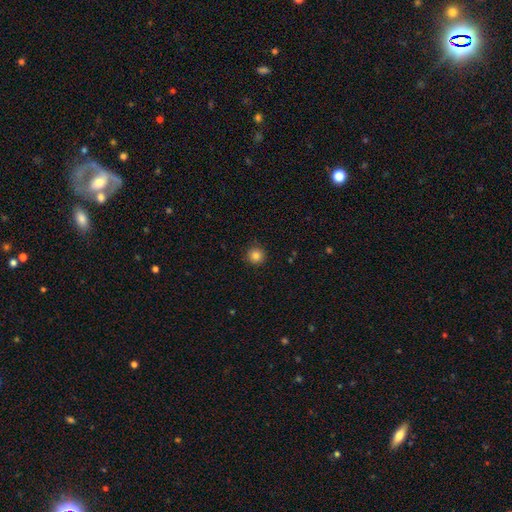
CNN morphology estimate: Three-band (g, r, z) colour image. It shows a smooth galaxy with no disk features (84%) that is round (95%). Merging: none (90%).